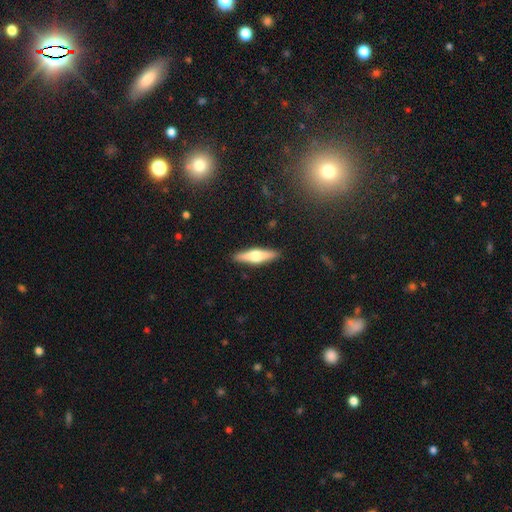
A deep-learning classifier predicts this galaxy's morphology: A featured or disk galaxy (54%) viewed edge-on (95%) with a rounded central bulge (93%). Merging: none (90%).